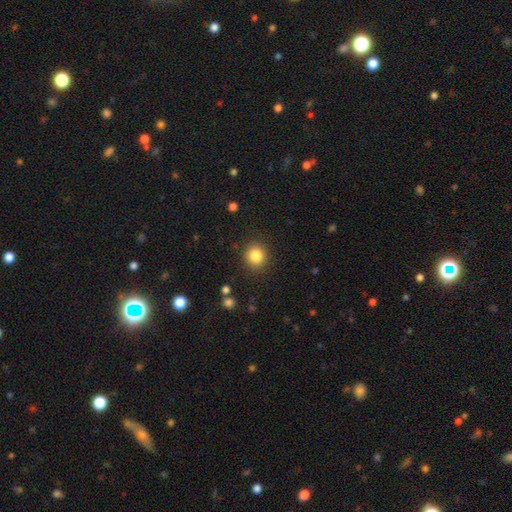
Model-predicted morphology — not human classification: Q: Smooth or featured?
A: smooth (84%); runner-up: star or artifact (10%)
Q: How rounded?
A: round (86%); runner-up: in between (13%)
Q: Merging?
A: none (88%); runner-up: minor disturbance (8%)